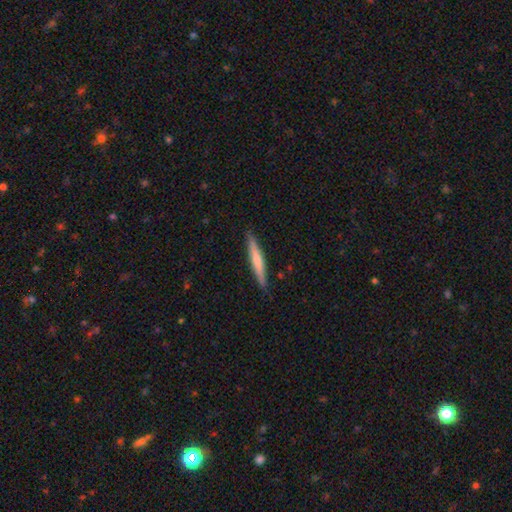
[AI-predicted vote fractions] smooth-or-featured: smooth: 53% | featured or disk: 41% | star or artifact: 6%
  how-rounded: cigar-shaped: 95% | in between: 3% | round: 1%
  merging: none: 91% | minor disturbance: 7% | major disturbance: 1% | merger: 1%